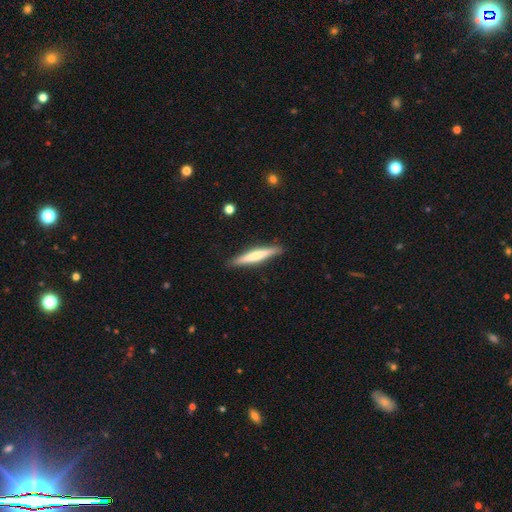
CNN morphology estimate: This is possibly a smooth galaxy (54%). How rounded: clearly cigar-shaped (93%). Merging: clearly none (89%).